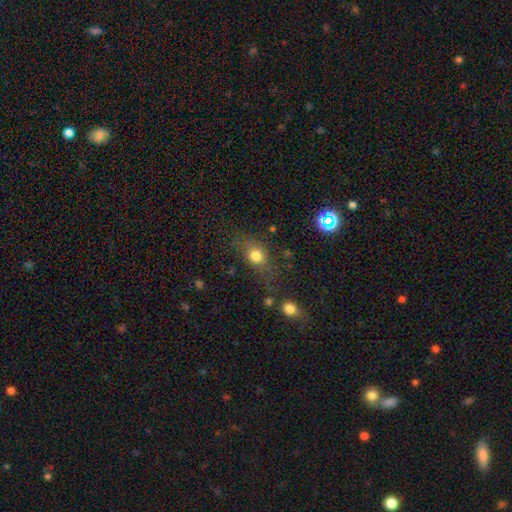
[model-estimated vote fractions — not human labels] smooth-or-featured: smooth: 75% | star or artifact: 14% | featured or disk: 12%
  how-rounded: in between: 48% | round: 46% | cigar-shaped: 6%
  merging: none: 65% | minor disturbance: 19% | major disturbance: 11% | merger: 5%